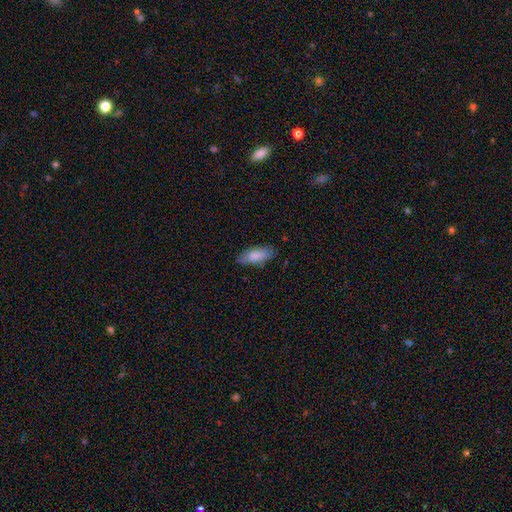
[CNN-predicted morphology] smooth_or_featured: smooth (p=0.80) [alt: featured or disk p=0.13]
how_rounded: in between (p=0.79) [alt: cigar-shaped p=0.20]
merging: none (p=0.74) [alt: minor disturbance p=0.20]